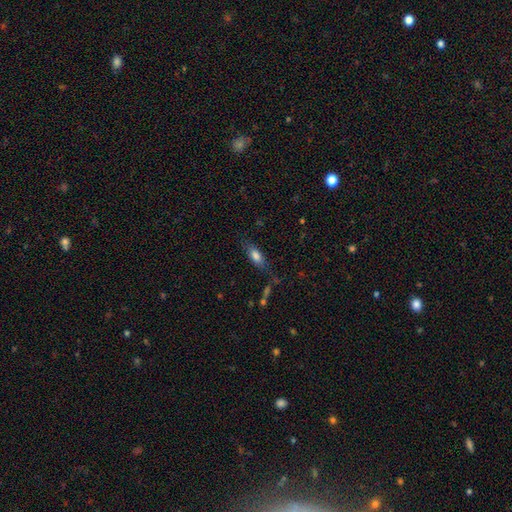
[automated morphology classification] This appears to be a smooth galaxy with no disk features (74%) that is in between round and cigar-shaped (70%). Merging: none (65%).